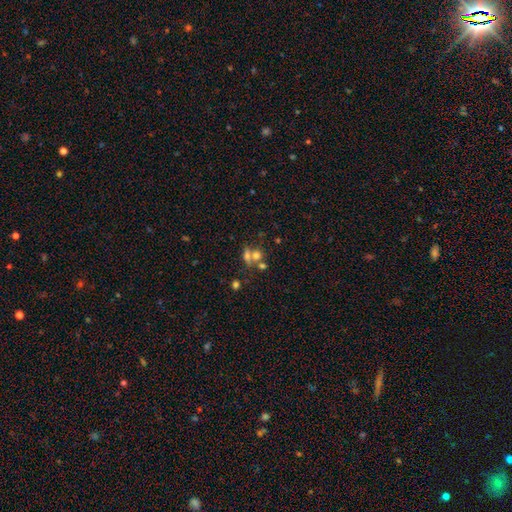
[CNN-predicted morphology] Overall: smooth (59%; featured or disk 22%). How rounded: round (62%; in between 34%). Merging: merger (51%; none 35%).